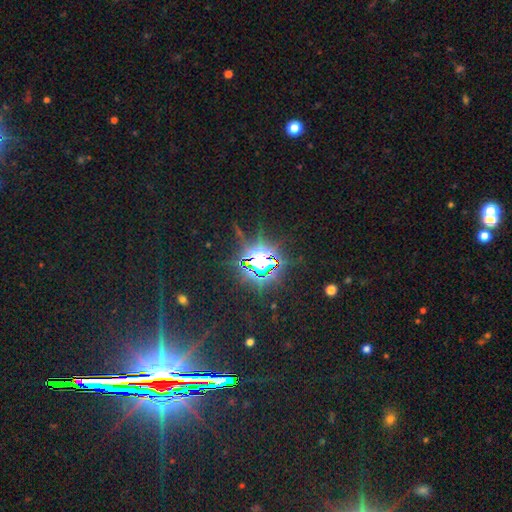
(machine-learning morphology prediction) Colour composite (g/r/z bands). It shows a star or artifact, not a galaxy (79%).